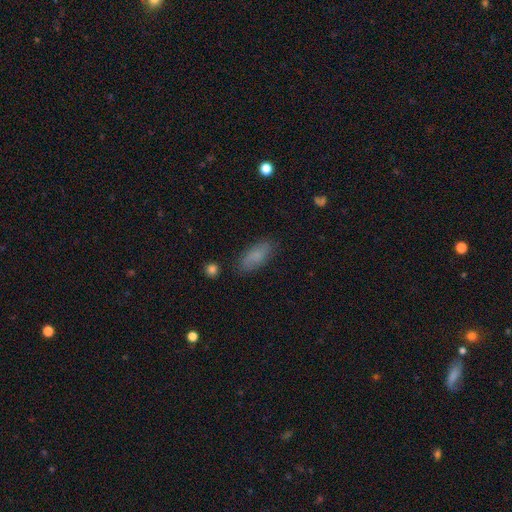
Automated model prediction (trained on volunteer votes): Smooth or featured? smooth (81%)
How rounded? in between (82%)
Merging? none (83%)